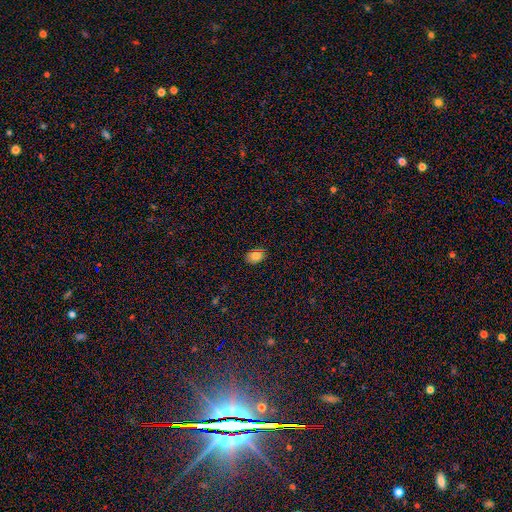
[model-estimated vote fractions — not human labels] A smooth galaxy with no disk features (83%) that is in between round and cigar-shaped (79%).

Vote fractions:
- Smooth or featured? smooth: 83% / star or artifact: 10% / featured or disk: 7%
- How rounded? in between: 79% / round: 20% / cigar-shaped: 1%
- Merging? none: 83% / minor disturbance: 13% / major disturbance: 2% / merger: 1%